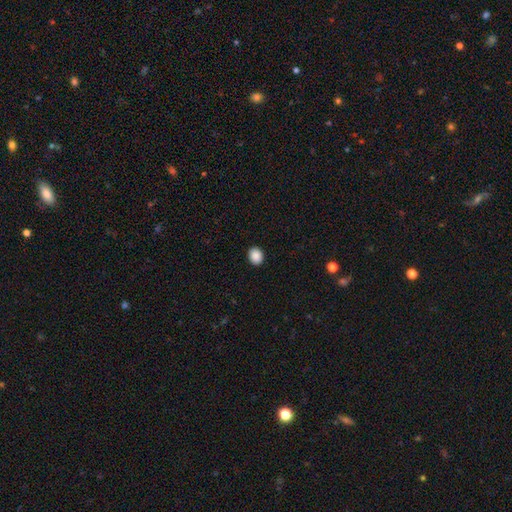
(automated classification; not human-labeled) smooth 89%, star or artifact 8%, featured or disk 2%. Down the decision tree: how rounded — round (55%); merging — none (92%).